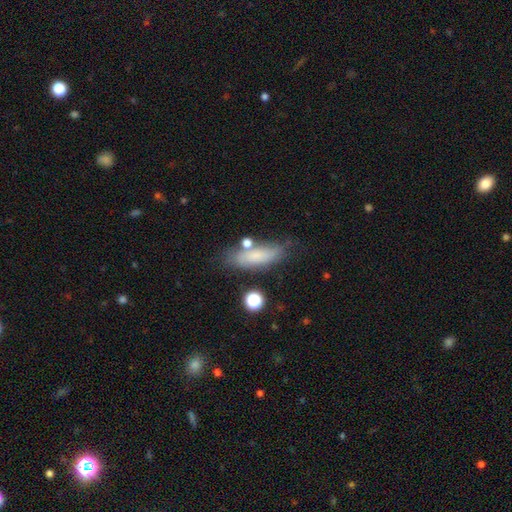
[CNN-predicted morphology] smooth-or-featured: smooth: 71% | featured or disk: 20% | star or artifact: 9%
  how-rounded: in between: 58% | cigar-shaped: 38% | round: 4%
  merging: none: 62% | minor disturbance: 21% | merger: 9% | major disturbance: 8%